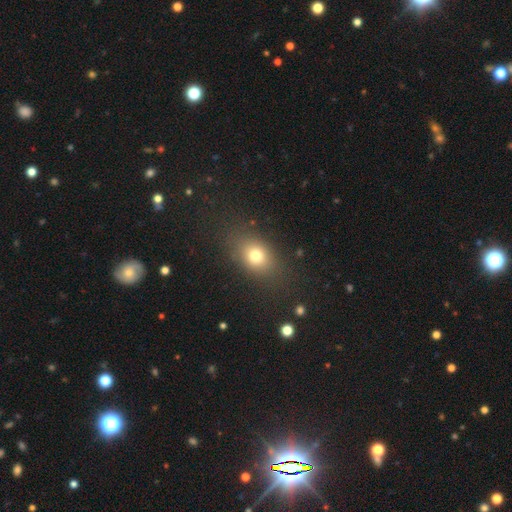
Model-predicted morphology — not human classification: This is likely a smooth galaxy (76%). How rounded: likely in between (66%). Merging: clearly none (80%).